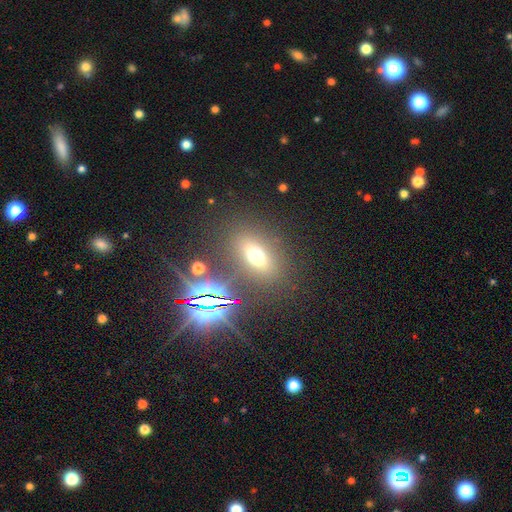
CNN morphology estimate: A smooth galaxy with no disk features (59%) that is in between round and cigar-shaped (69%). Merging: none (81%).